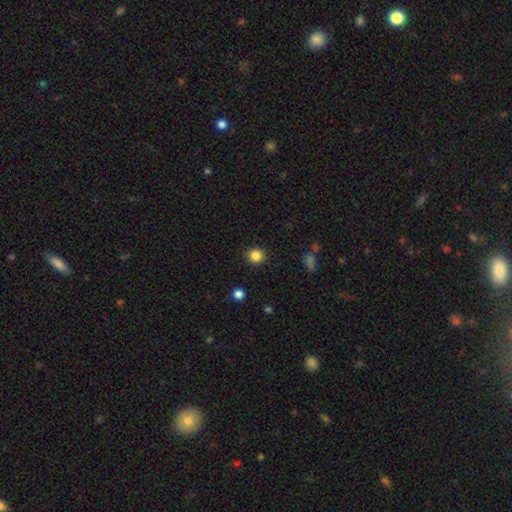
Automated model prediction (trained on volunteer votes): The model was most divided on "smooth or featured": smooth: 85%, star or artifact: 11%, featured or disk: 4%. More confident: merging — none (90%); how rounded — round (89%).